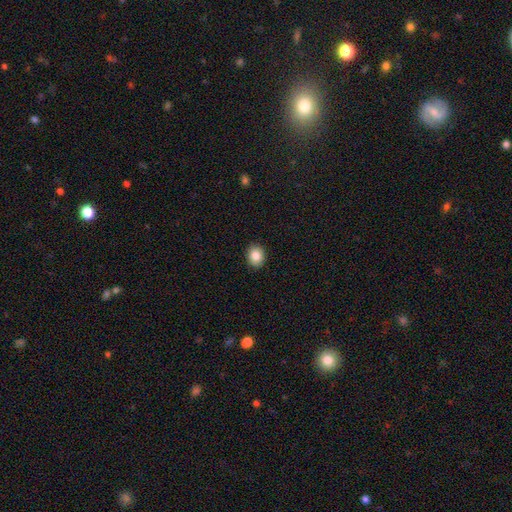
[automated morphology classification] Overall: smooth (85%). How rounded: round (55%; in between 44%). Merging: none (91%).